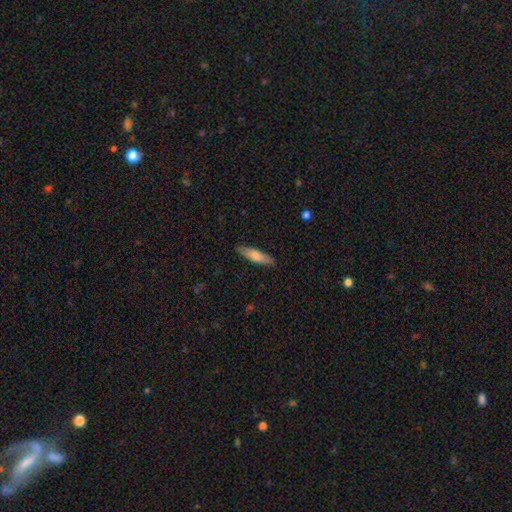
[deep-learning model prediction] Overall: smooth (73%). How rounded: cigar-shaped (69%; in between 29%). Merging: none (87%).